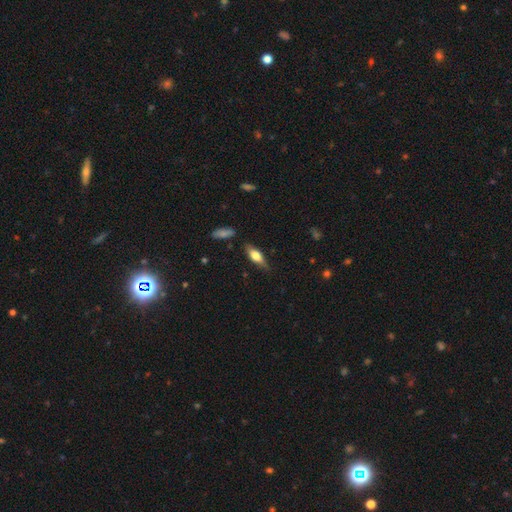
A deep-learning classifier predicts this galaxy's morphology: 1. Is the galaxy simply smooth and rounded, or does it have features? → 54% smooth, 40% featured or disk, 7% star or artifact.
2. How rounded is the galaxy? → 58% in between, 39% cigar-shaped, 3% round.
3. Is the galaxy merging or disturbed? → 76% none, 18% minor disturbance, 4% major disturbance, 3% merger.